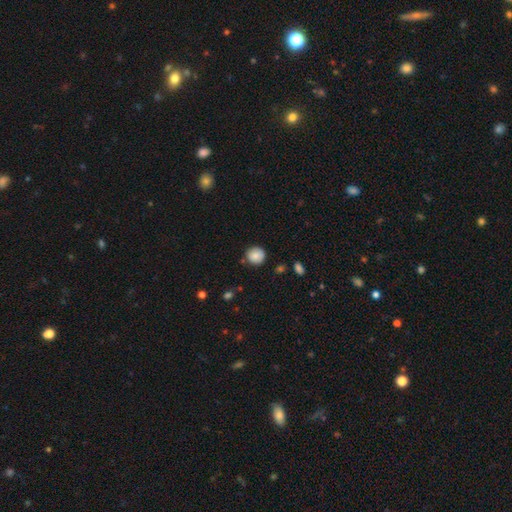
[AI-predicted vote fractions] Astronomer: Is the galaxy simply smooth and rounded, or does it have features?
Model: smooth — 83%.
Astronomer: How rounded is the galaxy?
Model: round — 92%.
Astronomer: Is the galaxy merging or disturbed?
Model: none — 83%.